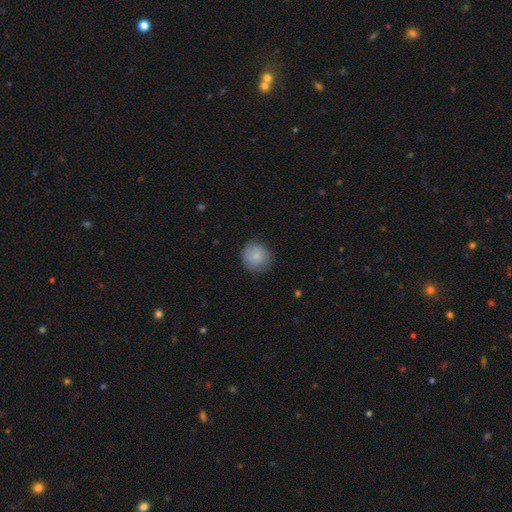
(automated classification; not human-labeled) Smooth or featured? smooth (86%)
How rounded? round (91%)
Merging? none (82%)